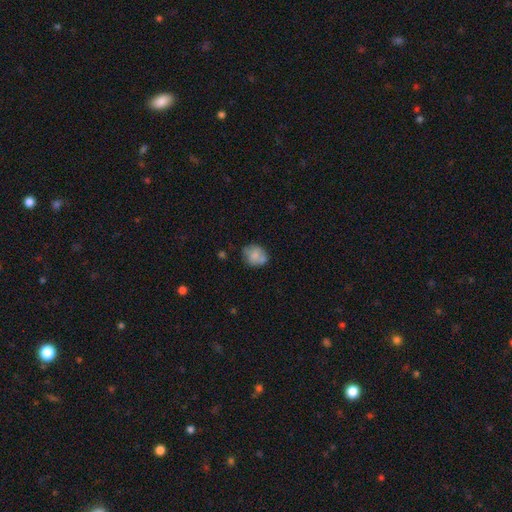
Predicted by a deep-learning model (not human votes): A smooth galaxy with no disk features (71%) that is round (66%). Merging: none (55%).